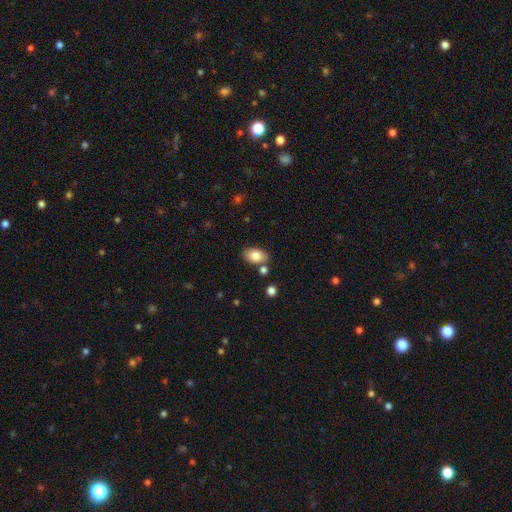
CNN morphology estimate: Smooth or featured? Predicted: smooth (p=0.83). How rounded? Predicted: in between (p=0.88). Merging? Predicted: none (p=0.75).